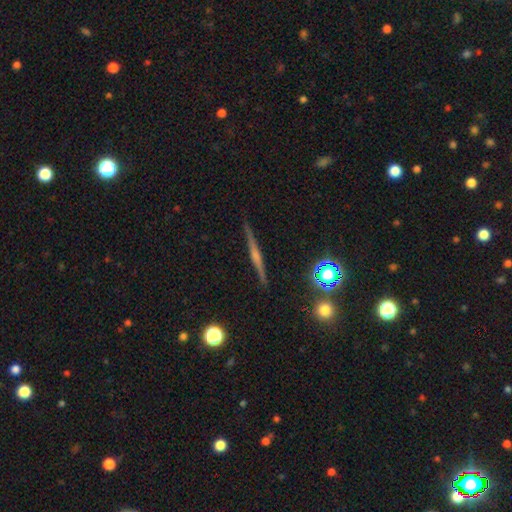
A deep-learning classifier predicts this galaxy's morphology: smooth_or_featured: featured or disk (p=0.74) [alt: smooth p=0.17]
disk_edge_on: yes (p=0.98) [alt: no p=0.02]
edge_on_bulge: rounded (p=0.66) [alt: none p=0.22]
merging: none (p=0.91) [alt: minor disturbance p=0.06]